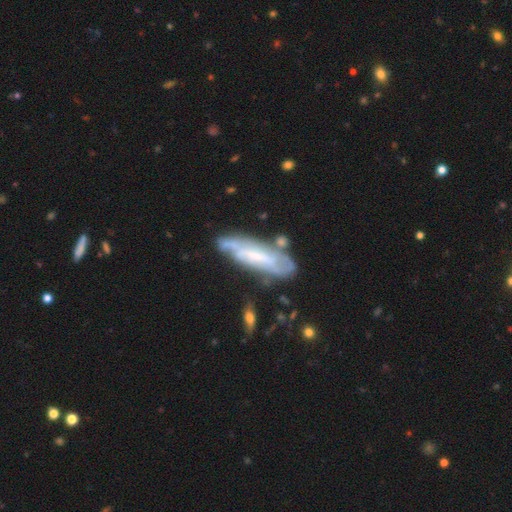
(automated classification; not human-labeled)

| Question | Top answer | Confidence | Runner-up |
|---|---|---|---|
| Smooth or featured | featured or disk | 68% | smooth (26%) |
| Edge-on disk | no | 70% | yes (30%) |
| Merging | none | 62% | minor disturbance (21%) |